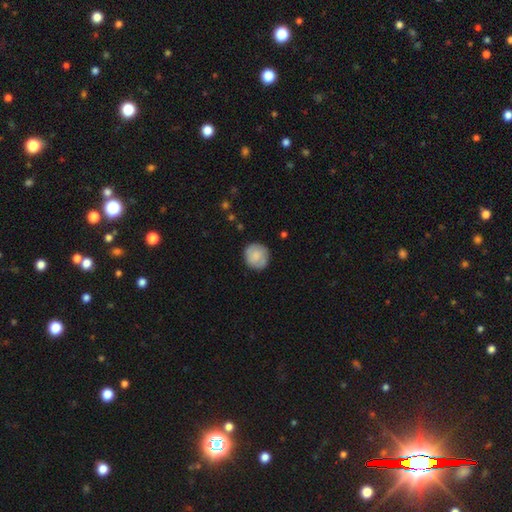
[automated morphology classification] smooth-or-featured: smooth: 75% | featured or disk: 18% | star or artifact: 6%
  how-rounded: round: 89% | in between: 10% | cigar-shaped: 1%
  merging: none: 84% | minor disturbance: 12% | major disturbance: 3% | merger: 1%